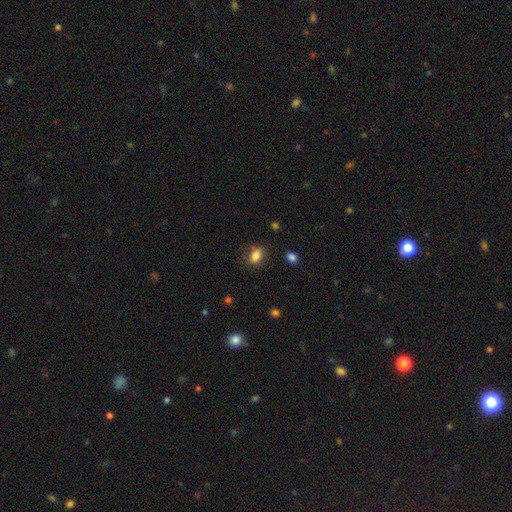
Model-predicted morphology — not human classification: This appears to be a smooth galaxy with no disk features (81%) that is in between round and cigar-shaped (75%). Merging: none (75%).